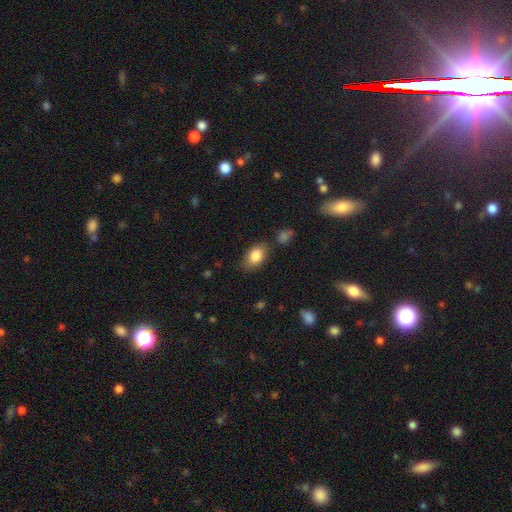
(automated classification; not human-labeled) Morphology: type=smooth (84%); roundness=in between (85%); merging=none (78%).